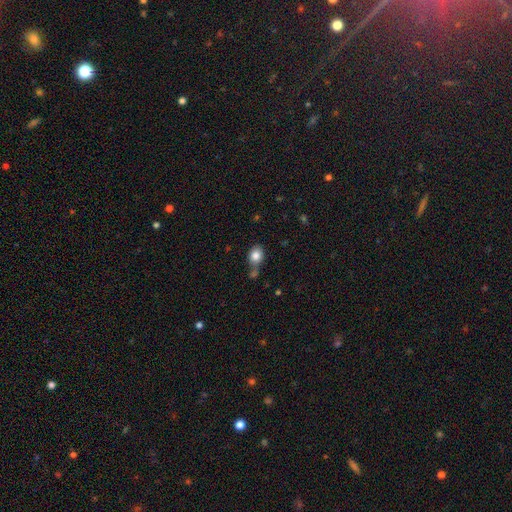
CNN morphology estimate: Overall: smooth (83%). How rounded: round (54%; in between 45%). Merging: none (59%; merger 19%).